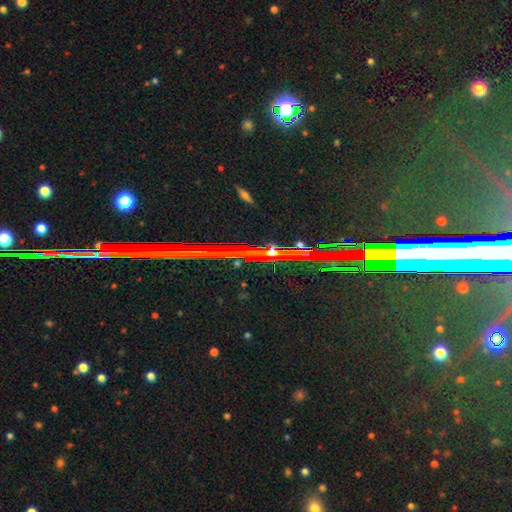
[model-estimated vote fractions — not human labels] star or artifact 79%, featured or disk 12%, smooth 9%.